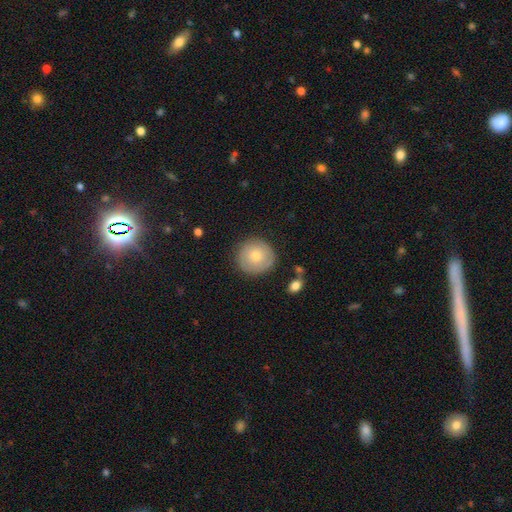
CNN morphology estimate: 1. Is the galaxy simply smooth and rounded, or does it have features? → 63% smooth, 29% featured or disk, 8% star or artifact.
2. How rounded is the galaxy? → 91% round, 8% in between, 1% cigar-shaped.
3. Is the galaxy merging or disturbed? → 85% none, 11% minor disturbance, 3% major disturbance, 2% merger.